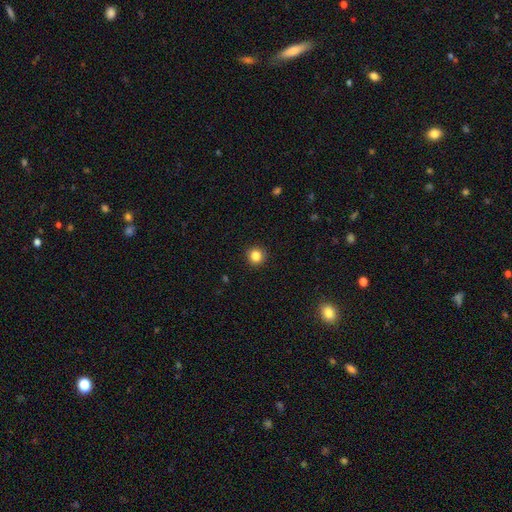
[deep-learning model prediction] Overall: smooth (85%). How rounded: round (92%). Merging: none (92%).